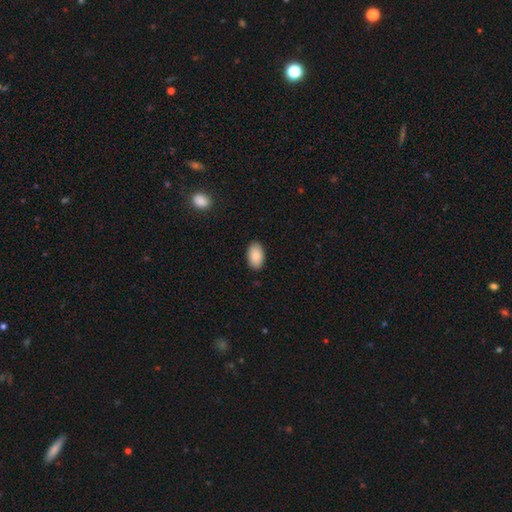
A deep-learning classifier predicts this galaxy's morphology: A smooth galaxy with no disk features (88%) that is in between round and cigar-shaped (94%).

Vote fractions:
- Smooth or featured? smooth: 88% / star or artifact: 7% / featured or disk: 5%
- How rounded? in between: 94% / round: 4% / cigar-shaped: 1%
- Merging? none: 89% / minor disturbance: 8% / major disturbance: 2% / merger: 1%